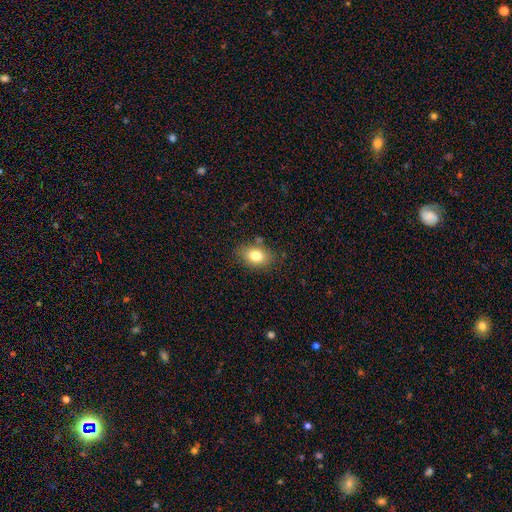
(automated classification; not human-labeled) A smooth galaxy with no disk features (79%) that is in between round and cigar-shaped (74%).

Vote fractions:
- Smooth or featured? smooth: 79% / featured or disk: 11% / star or artifact: 10%
- How rounded? in between: 74% / round: 24% / cigar-shaped: 1%
- Merging? none: 79% / minor disturbance: 14% / major disturbance: 4% / merger: 3%